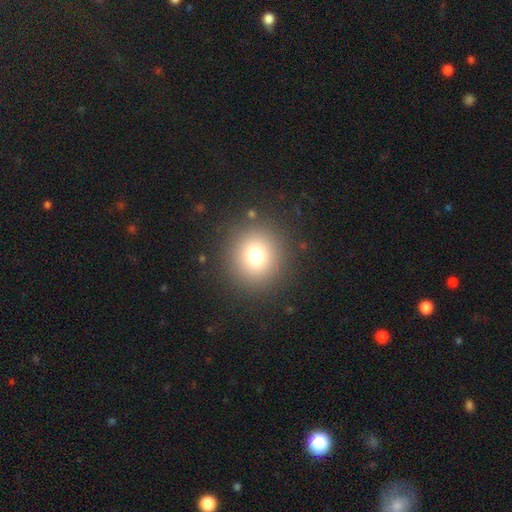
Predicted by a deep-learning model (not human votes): Smooth or featured? Predicted: smooth (p=0.73). How rounded? Predicted: round (p=0.92). Merging? Predicted: none (p=0.88).